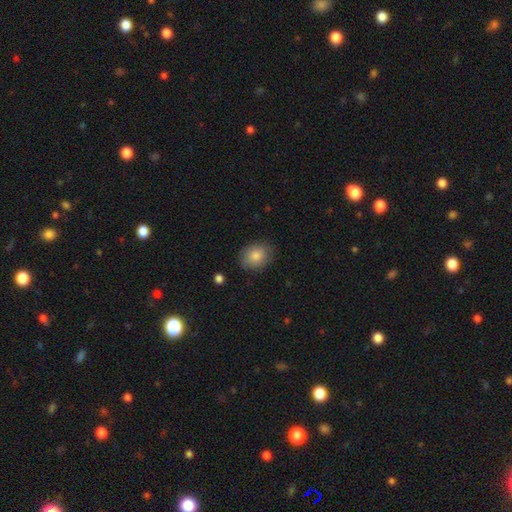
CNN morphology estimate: A smooth galaxy with no disk features (83%) that is in between round and cigar-shaped (53%). Merging: none (82%).